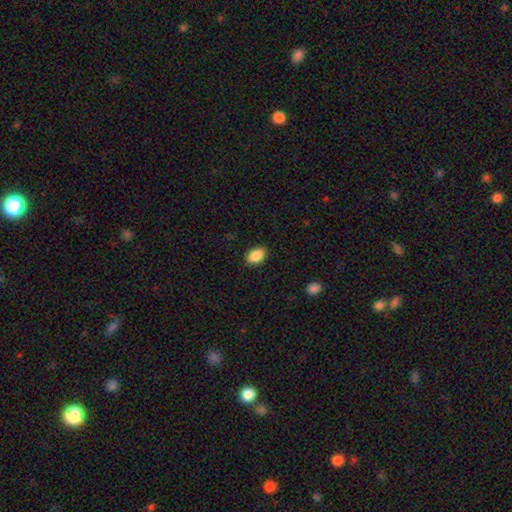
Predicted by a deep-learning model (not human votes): smooth 89%, star or artifact 7%, featured or disk 3%. Down the decision tree: how rounded — in between (88%); merging — none (89%).